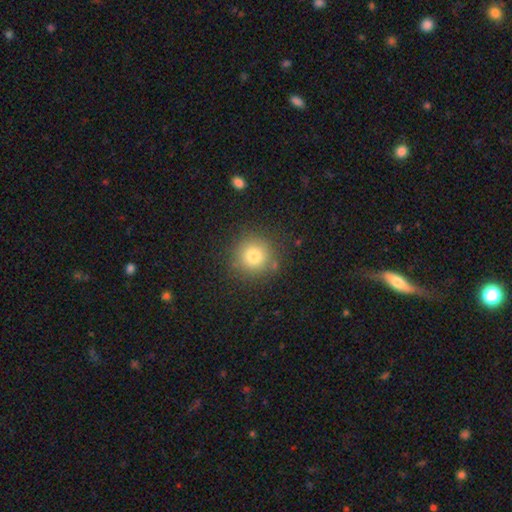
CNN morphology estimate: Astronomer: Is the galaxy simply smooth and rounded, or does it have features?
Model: smooth — 78%.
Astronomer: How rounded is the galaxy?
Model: round — 93%.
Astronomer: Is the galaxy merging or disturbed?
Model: none — 85%.